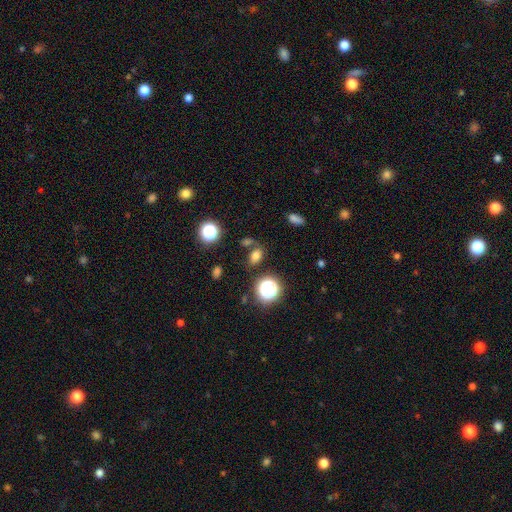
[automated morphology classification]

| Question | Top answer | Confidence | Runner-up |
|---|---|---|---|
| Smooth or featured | smooth | 73% | star or artifact (19%) |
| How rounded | in between | 76% | round (21%) |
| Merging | none | 68% | merger (14%) |